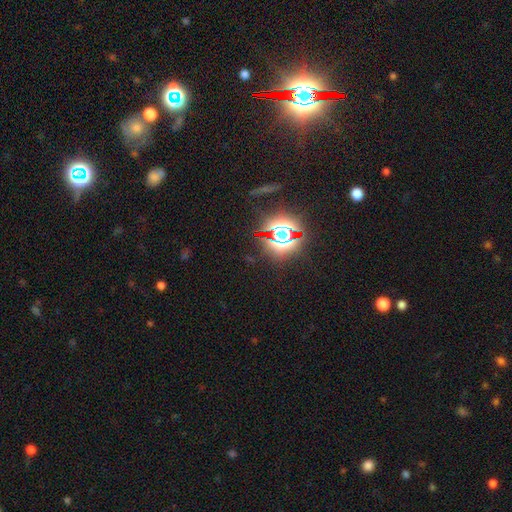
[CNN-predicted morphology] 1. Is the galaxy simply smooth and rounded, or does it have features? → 83% star or artifact, 9% smooth, 8% featured or disk.